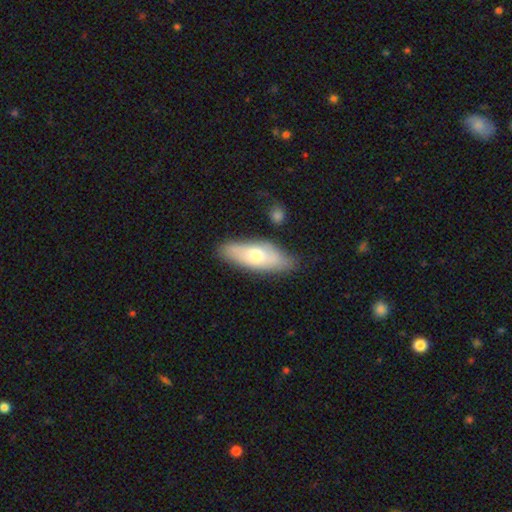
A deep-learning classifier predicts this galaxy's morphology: This is likely a smooth galaxy (61%). How rounded: likely in between (66%). Merging: likely none (76%).